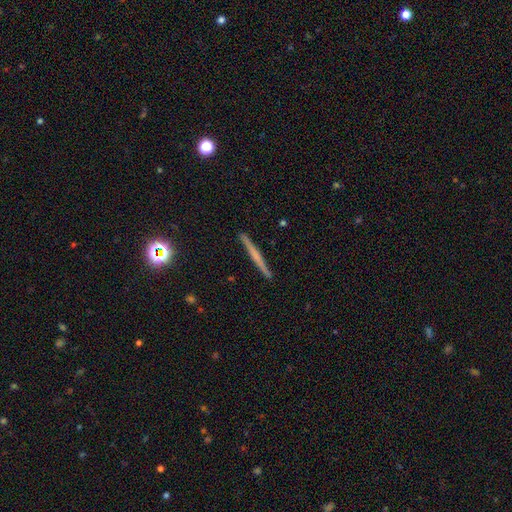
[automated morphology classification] smooth-or-featured: featured or disk: 58% | smooth: 34% | star or artifact: 8%
  disk-edge-on: yes: 98% | no: 2%
    edge-on-bulge: none: 58% | rounded: 30% | boxy: 11%
  merging: none: 92% | minor disturbance: 5% | major disturbance: 1% | merger: 1%